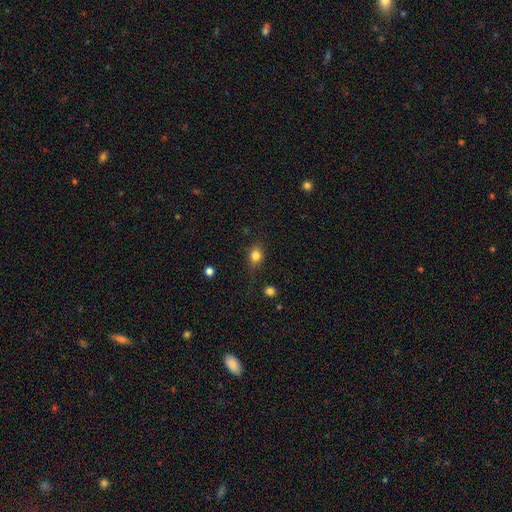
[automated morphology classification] smooth_or_featured: smooth (p=0.81) [alt: star or artifact p=0.11]
how_rounded: in between (p=0.52) [alt: round p=0.46]
merging: none (p=0.76) [alt: minor disturbance p=0.17]